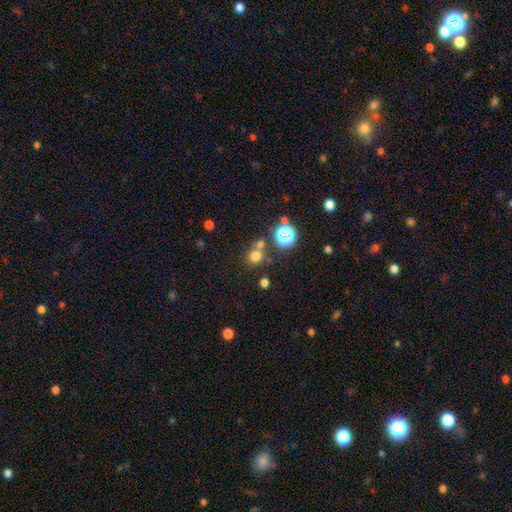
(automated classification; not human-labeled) A smooth galaxy with no disk features (71%) that is round (86%).

Vote fractions:
- Smooth or featured? smooth: 71% / star or artifact: 21% / featured or disk: 7%
- How rounded? round: 86% / in between: 13% / cigar-shaped: 1%
- Merging? none: 66% / merger: 21% / minor disturbance: 9% / major disturbance: 4%